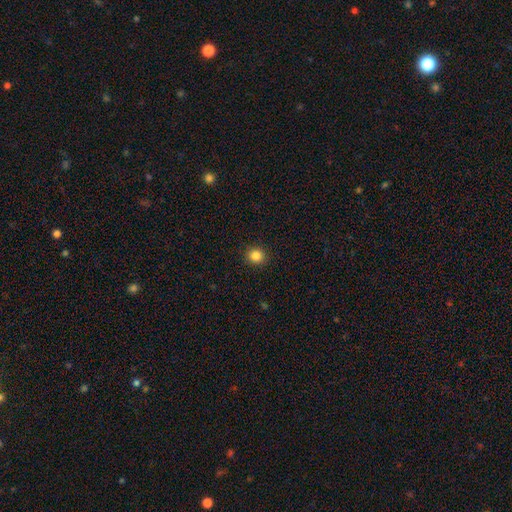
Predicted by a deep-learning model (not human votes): Smooth or featured? Predicted: smooth (p=0.85). How rounded? Predicted: round (p=0.91). Merging? Predicted: none (p=0.92).